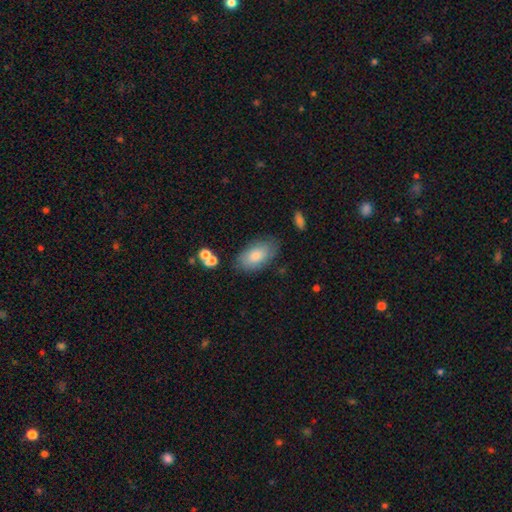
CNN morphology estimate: type=smooth (76%); roundness=in between (93%); merging=none (77%).